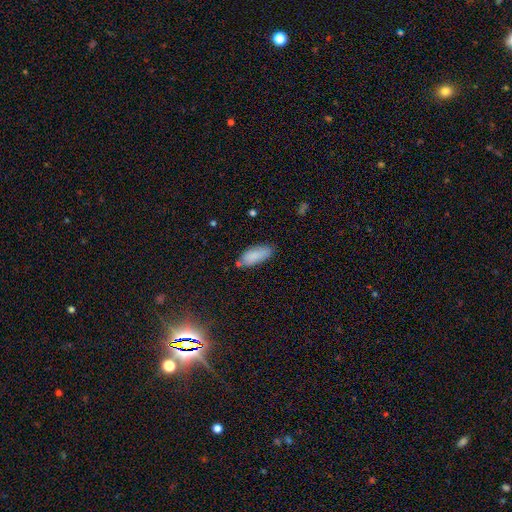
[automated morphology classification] Smooth or featured?
  - smooth: 85% *
  - featured or disk: 8%
  - star or artifact: 7%
How rounded?
  - in between: 81% *
  - cigar-shaped: 17%
  - round: 2%
Merging?
  - none: 71% *
  - minor disturbance: 20%
  - merger: 5%
  - major disturbance: 4%